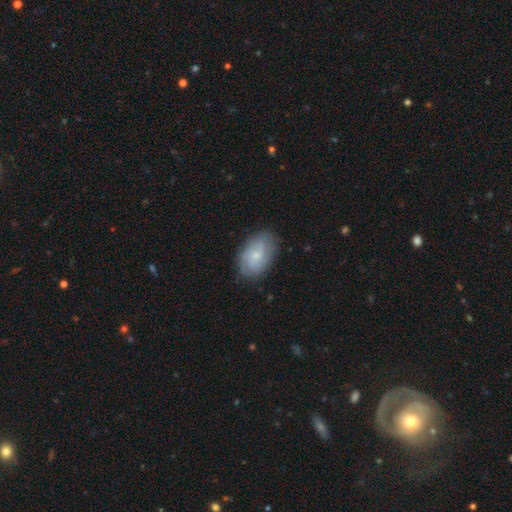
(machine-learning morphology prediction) Smooth or featured? smooth (54%)
How rounded? in between (89%)
Merging? none (79%)